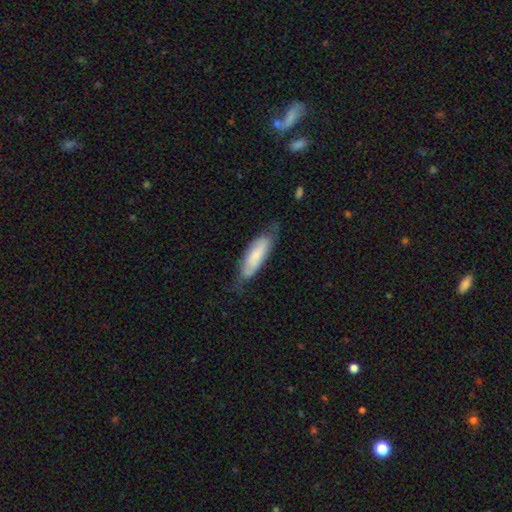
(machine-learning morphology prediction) Q: Smooth or featured?
A: smooth (63%); runner-up: featured or disk (31%)
Q: How rounded?
A: in between (52%); runner-up: cigar-shaped (46%)
Q: Merging?
A: none (59%); runner-up: minor disturbance (30%)